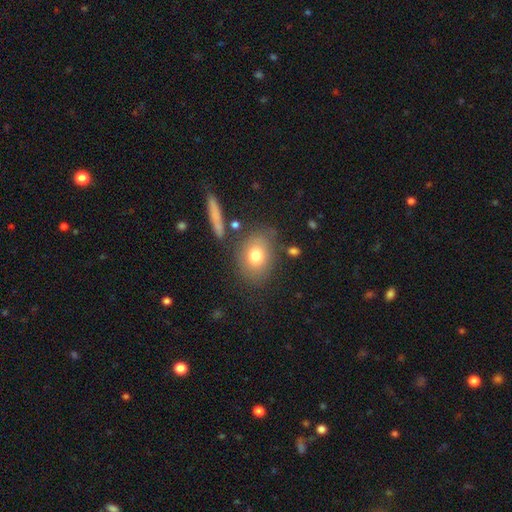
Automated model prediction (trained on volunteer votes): The model was most divided on "how rounded": in between: 59%, round: 40%, cigar-shaped: 2%. More confident: smooth or featured — smooth (75%); merging — none (75%).